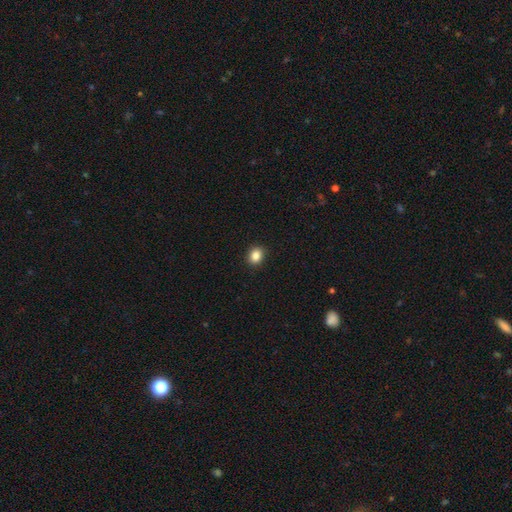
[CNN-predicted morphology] This appears to be a smooth galaxy with no disk features (86%) that is round (62%). Merging: none (91%).